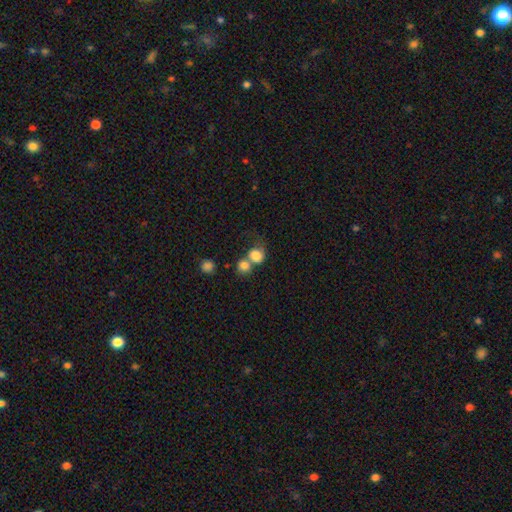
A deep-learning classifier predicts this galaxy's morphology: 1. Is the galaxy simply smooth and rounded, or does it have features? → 80% smooth, 11% featured or disk, 9% star or artifact.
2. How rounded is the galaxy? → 74% round, 25% in between, 1% cigar-shaped.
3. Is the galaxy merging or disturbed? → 57% merger, 27% none, 9% minor disturbance, 7% major disturbance.